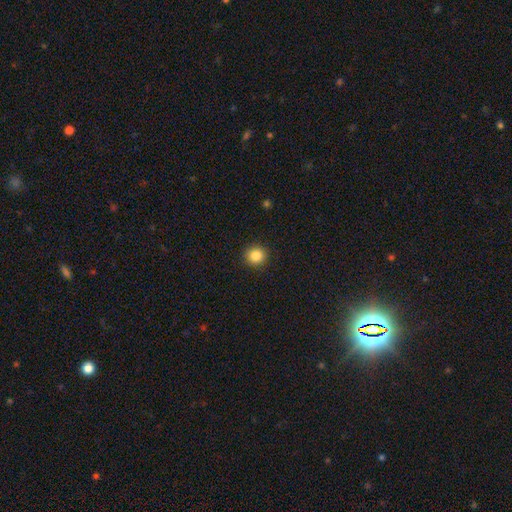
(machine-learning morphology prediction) smooth_or_featured: smooth (p=0.85) [alt: star or artifact p=0.10]
how_rounded: round (p=0.92) [alt: in between p=0.07]
merging: none (p=0.92) [alt: minor disturbance p=0.06]